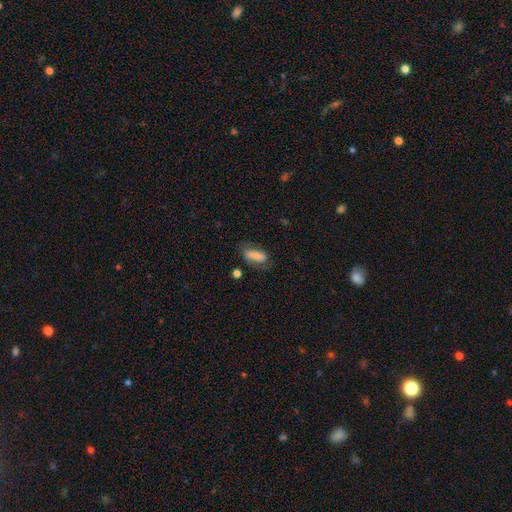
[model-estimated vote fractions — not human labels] smooth 68%, featured or disk 24%, star or artifact 8%. Down the decision tree: how rounded — in between (76%); merging — none (61%).